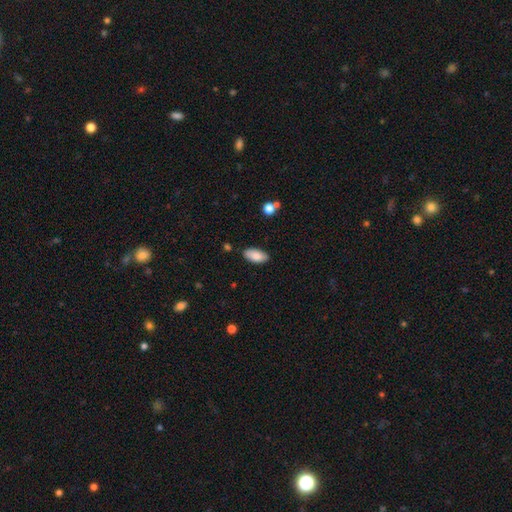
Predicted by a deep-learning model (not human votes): A smooth galaxy with no disk features (84%) that is in between round and cigar-shaped (92%). Merging: none (86%).